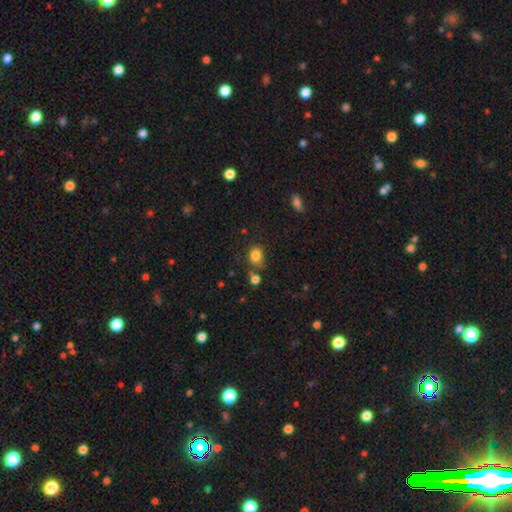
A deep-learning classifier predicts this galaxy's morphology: The model was most divided on "how rounded": in between: 58%, round: 41%, cigar-shaped: 1%. More confident: smooth or featured — smooth (83%); merging — none (64%).